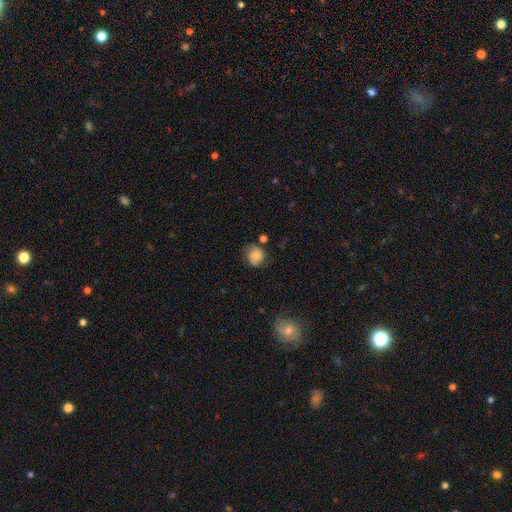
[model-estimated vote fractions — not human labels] Morphology: type=smooth (67%); roundness=round (79%); merging=none (59%).